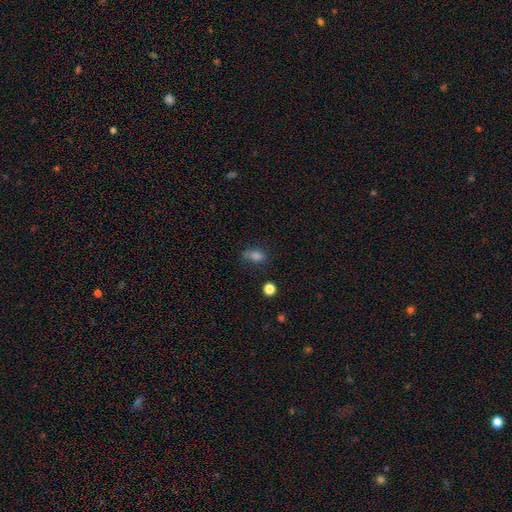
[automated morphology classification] Smooth or featured?
  - smooth: 74% *
  - star or artifact: 16%
  - featured or disk: 10%
How rounded?
  - in between: 78% *
  - round: 17%
  - cigar-shaped: 5%
Merging?
  - none: 57% *
  - minor disturbance: 27%
  - major disturbance: 11%
  - merger: 5%